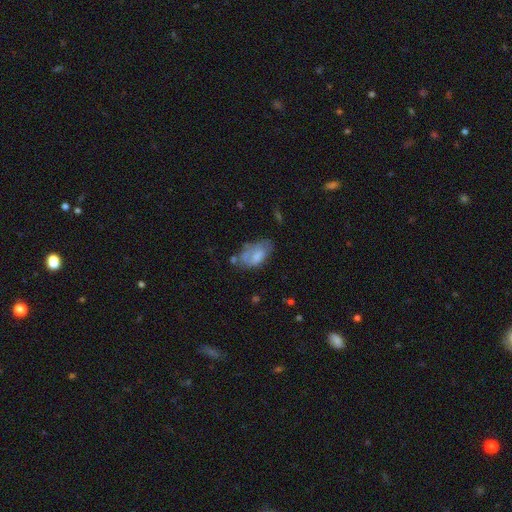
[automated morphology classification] Smooth or featured?
  - smooth: 64% *
  - featured or disk: 28%
  - star or artifact: 8%
How rounded?
  - in between: 92% *
  - round: 5%
  - cigar-shaped: 3%
Merging?
  - none: 36% *
  - minor disturbance: 32%
  - major disturbance: 21%
  - merger: 11%